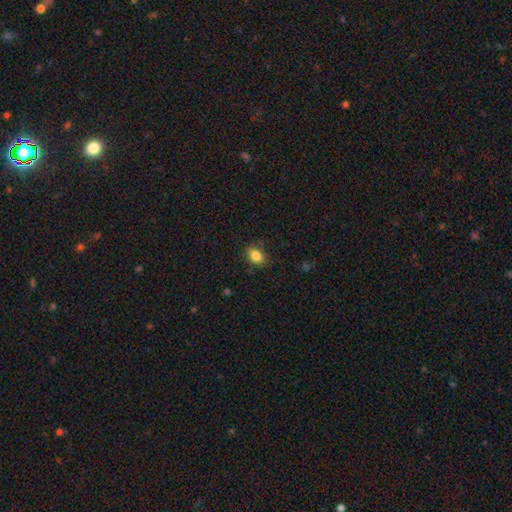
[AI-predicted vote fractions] This appears to be a smooth galaxy with no disk features (85%) that is in between round and cigar-shaped (68%). Merging: none (80%).